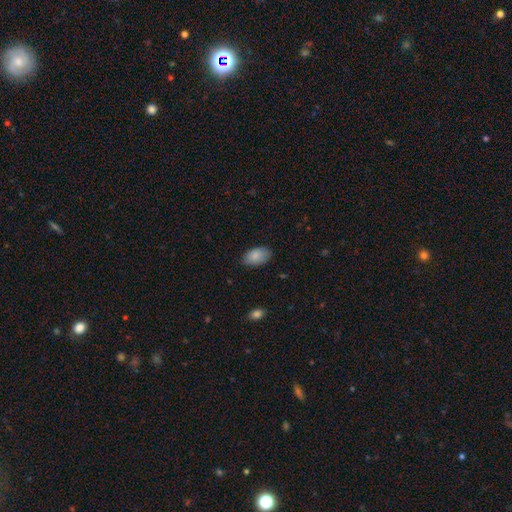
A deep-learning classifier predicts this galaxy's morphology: A smooth galaxy with no disk features (86%) that is in between round and cigar-shaped (93%).

Vote fractions:
- Smooth or featured? smooth: 86% / featured or disk: 7% / star or artifact: 7%
- How rounded? in between: 93% / round: 6% / cigar-shaped: 2%
- Merging? none: 80% / minor disturbance: 17% / major disturbance: 3% / merger: 1%